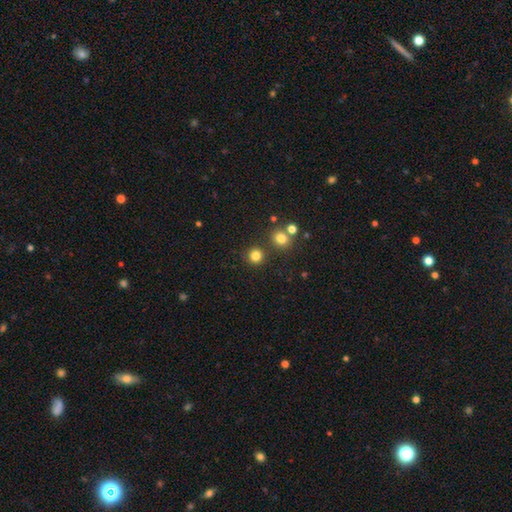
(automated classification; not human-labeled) Overall: smooth (81%). How rounded: round (93%). Merging: none (84%).